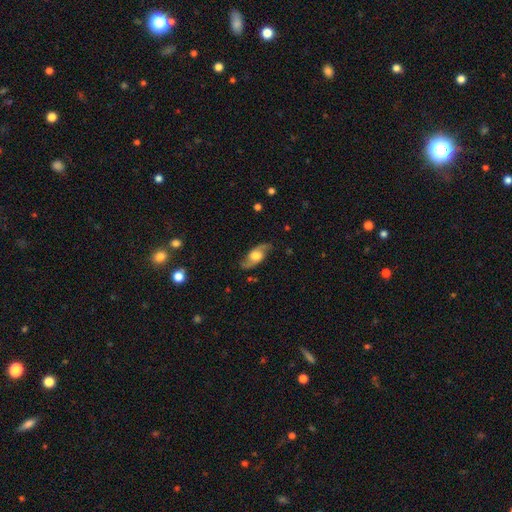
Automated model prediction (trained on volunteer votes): Q: Smooth or featured?
A: featured or disk (73%); runner-up: smooth (21%)
Q: Edge-on disk?
A: no (88%); runner-up: yes (12%)
Q: Bar?
A: no (62%); runner-up: weak (31%)
Q: Spiral arms?
A: yes (90%); runner-up: no (10%)
Q: Spiral winding?
A: loose (52%); runner-up: medium (37%)
Q: Spiral arm count?
A: 2 (91%); runner-up: can't tell (4%)
Q: Bulge size?
A: moderate (48%); runner-up: large (38%)
Q: Merging?
A: none (80%); runner-up: minor disturbance (14%)